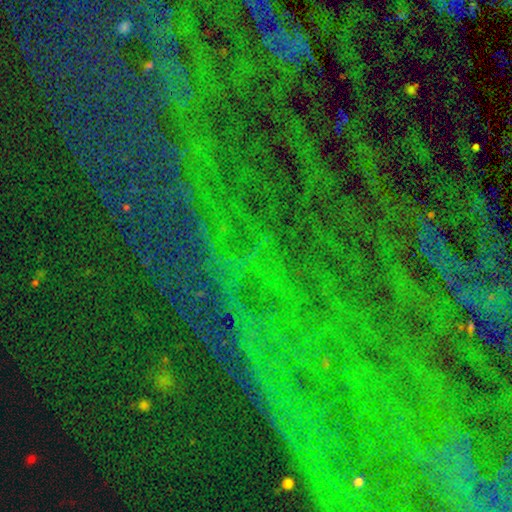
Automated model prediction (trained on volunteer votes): The model was most divided on "smooth or featured": star or artifact: 83%, smooth: 9%, featured or disk: 8%.